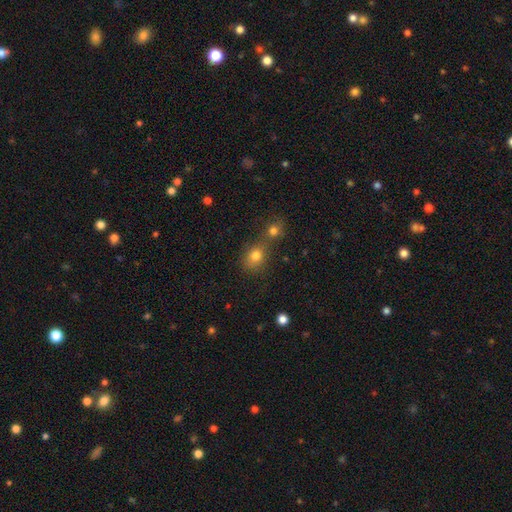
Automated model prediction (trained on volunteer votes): Smooth or featured? Predicted: smooth (p=0.78). How rounded? Predicted: round (p=0.64). Merging? Predicted: none (p=0.44).